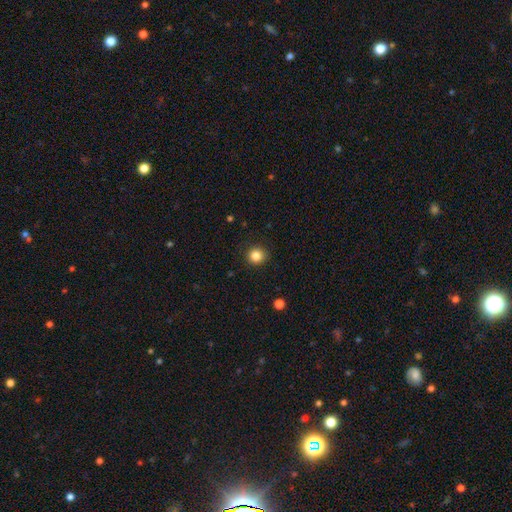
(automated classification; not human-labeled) A smooth galaxy with no disk features (84%) that is round (91%). Merging: none (91%).